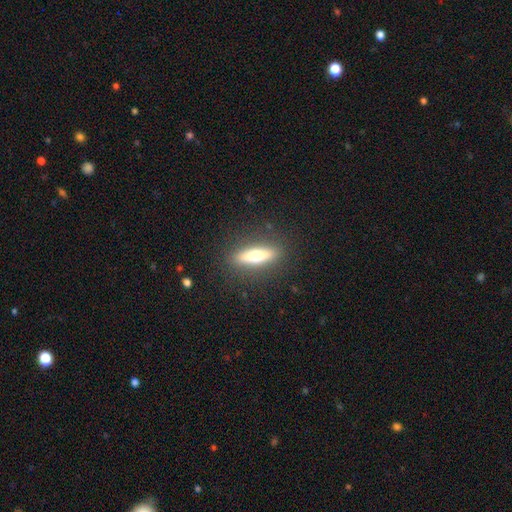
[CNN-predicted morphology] Overall: smooth (55%; featured or disk 38%). How rounded: cigar-shaped (64%; in between 34%). Merging: none (87%).